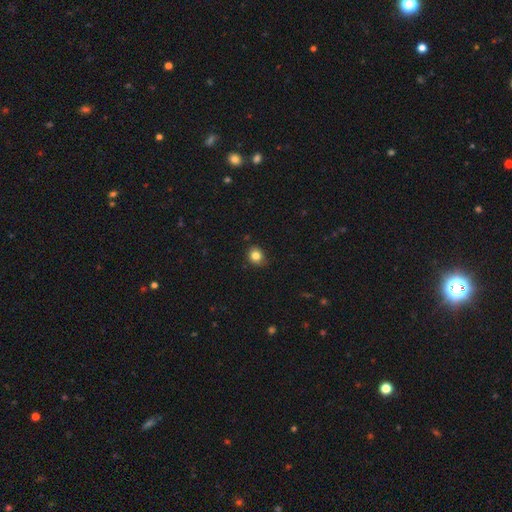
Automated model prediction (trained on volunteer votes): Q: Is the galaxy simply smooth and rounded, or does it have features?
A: smooth — 83%.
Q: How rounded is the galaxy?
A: round — 79%.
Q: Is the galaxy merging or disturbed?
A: none — 84%.